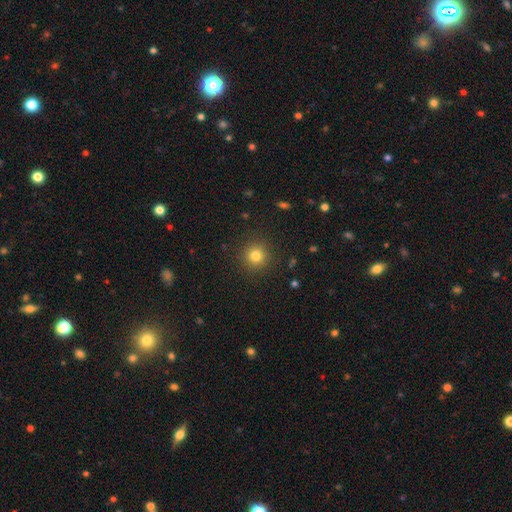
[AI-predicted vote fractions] smooth_or_featured: smooth (p=0.80) [alt: star or artifact p=0.13]
how_rounded: round (p=0.95) [alt: in between p=0.04]
merging: none (p=0.90) [alt: minor disturbance p=0.06]